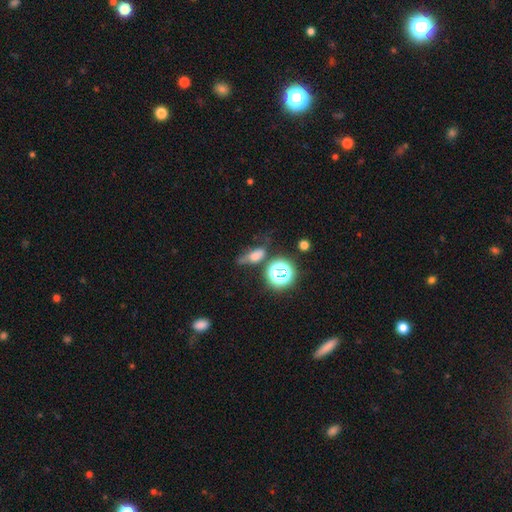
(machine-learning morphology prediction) A smooth galaxy with no disk features (57%) that is in between round and cigar-shaped (60%). Merging: none (44%).